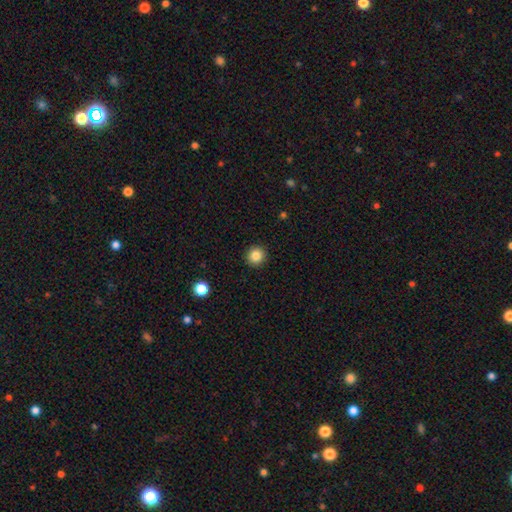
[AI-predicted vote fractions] Smooth or featured? Predicted: smooth (p=0.85). How rounded? Predicted: round (p=0.93). Merging? Predicted: none (p=0.93).